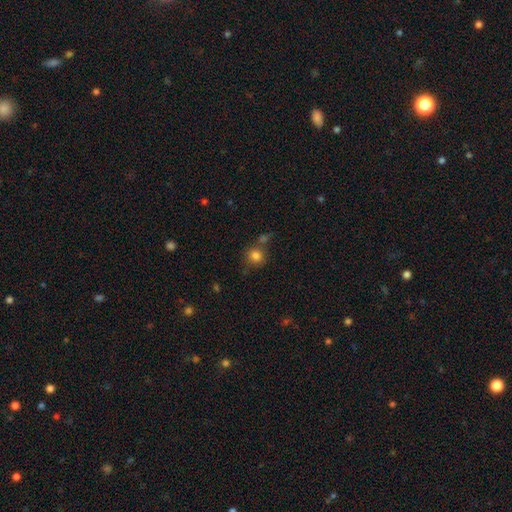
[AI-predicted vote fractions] Smooth or featured: smooth — 81% (star or artifact — 12%)
How rounded: round — 87% (in between — 12%)
Merging: none — 68% (merger — 16%)